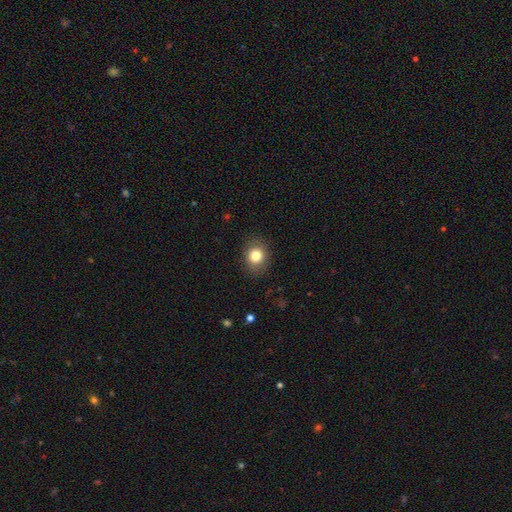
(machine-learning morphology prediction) Smooth or featured: smooth — 81% (star or artifact — 10%)
How rounded: round — 62% (in between — 38%)
Merging: none — 86% (minor disturbance — 10%)